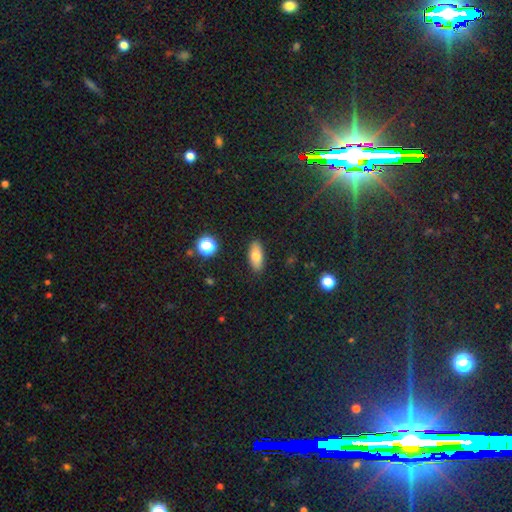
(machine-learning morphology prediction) smooth 75%, featured or disk 16%, star or artifact 9%. Down the decision tree: how rounded — in between (81%); merging — none (88%).